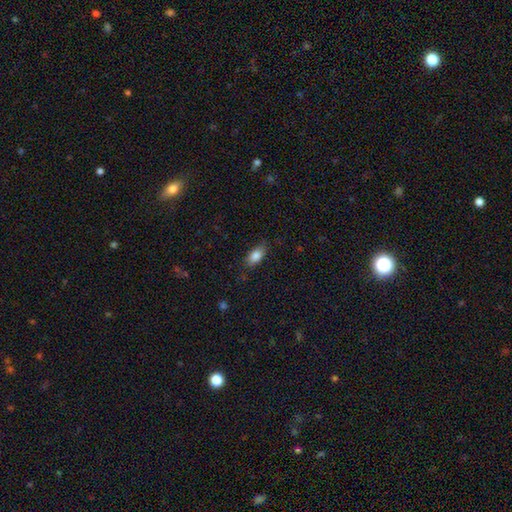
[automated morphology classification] A smooth galaxy with no disk features (85%) that is in between round and cigar-shaped (88%).

Vote fractions:
- Smooth or featured? smooth: 85% / star or artifact: 8% / featured or disk: 8%
- How rounded? in between: 88% / cigar-shaped: 7% / round: 5%
- Merging? none: 77% / minor disturbance: 18% / major disturbance: 4% / merger: 1%